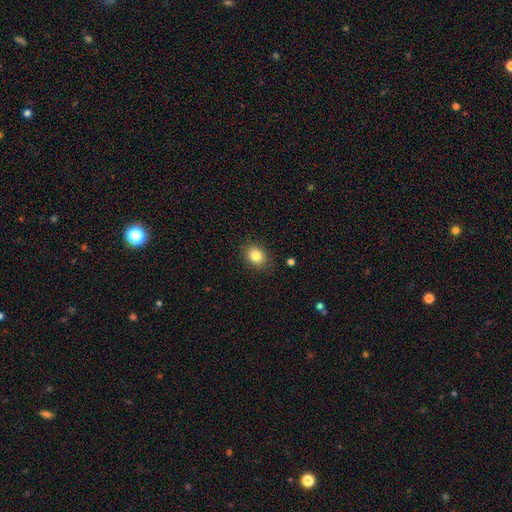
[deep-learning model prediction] smooth_or_featured: smooth (p=0.84) [alt: star or artifact p=0.10]
how_rounded: round (p=0.52) [alt: in between p=0.47]
merging: none (p=0.87) [alt: minor disturbance p=0.09]